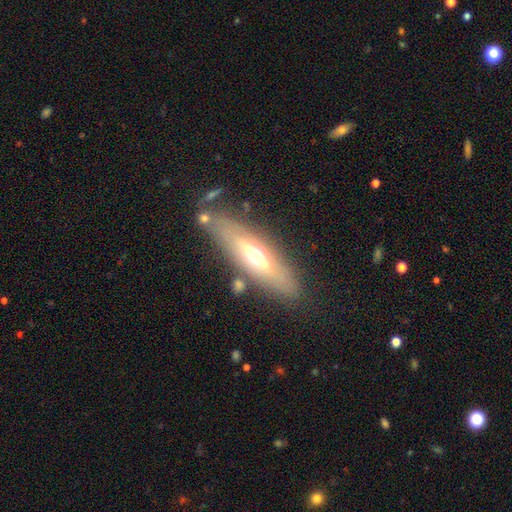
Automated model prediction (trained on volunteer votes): A featured or disk galaxy (54%) viewed edge-on (66%). Merging: none (76%).